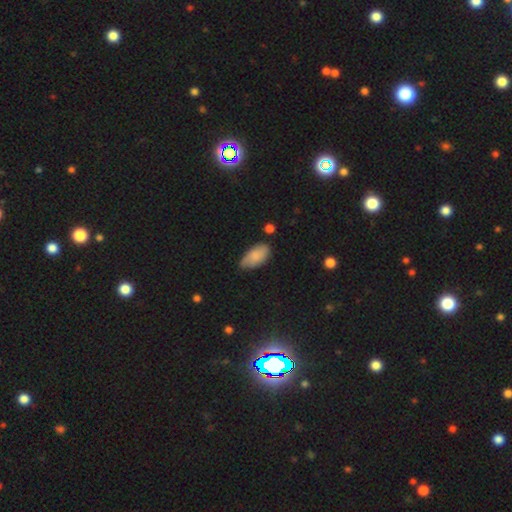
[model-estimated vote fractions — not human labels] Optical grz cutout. It shows a smooth galaxy with no disk features (80%) that is in between round and cigar-shaped (94%). Merging: none (61%).